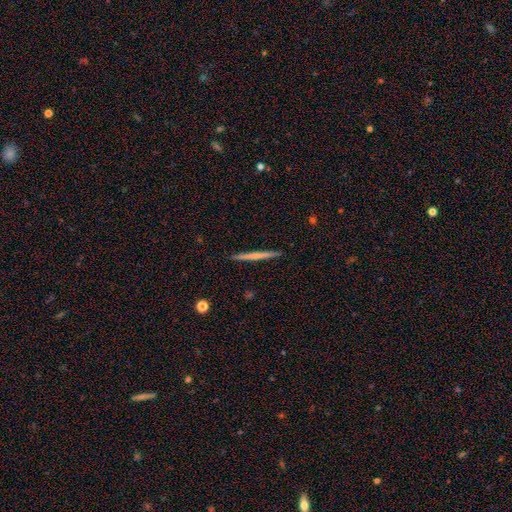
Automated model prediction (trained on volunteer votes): Smooth or featured: featured or disk — 48% (smooth — 47%)
Merging: none — 92% (minor disturbance — 5%)